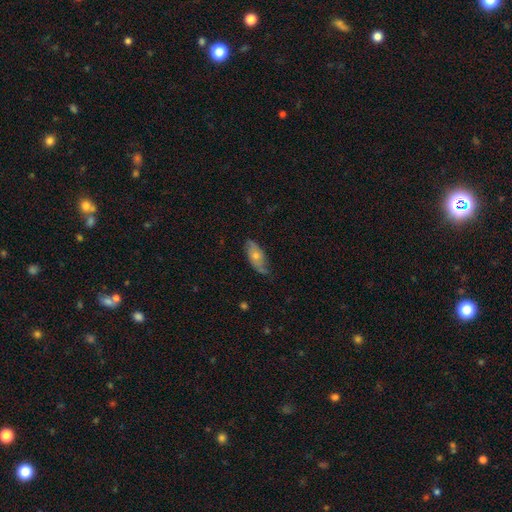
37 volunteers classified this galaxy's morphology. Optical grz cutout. It shows a featured or disk galaxy (68%) with no bar (83%), 2 (95%) loose (48%) spiral arms (91%) and a moderate central bulge (70%). Merging: none (78%).